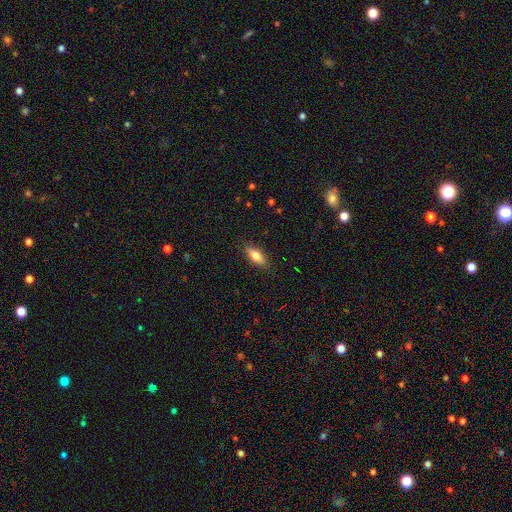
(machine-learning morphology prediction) A smooth galaxy with no disk features (69%) that is in between round and cigar-shaped (63%).

Vote fractions:
- Smooth or featured? smooth: 69% / featured or disk: 25% / star or artifact: 7%
- How rounded? in between: 63% / cigar-shaped: 34% / round: 3%
- Merging? none: 87% / minor disturbance: 10% / major disturbance: 2% / merger: 1%